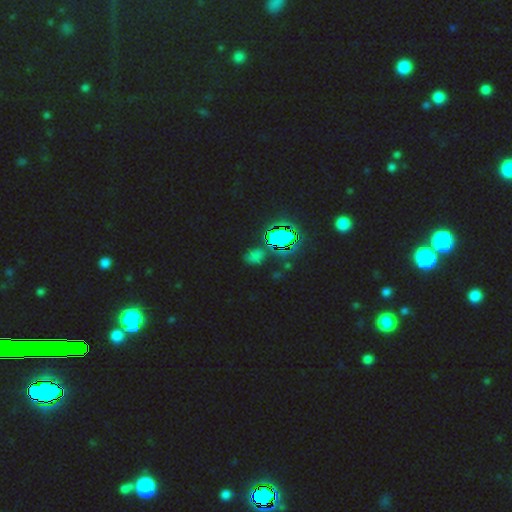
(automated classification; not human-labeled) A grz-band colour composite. It shows a star or artifact, not a galaxy (62%).